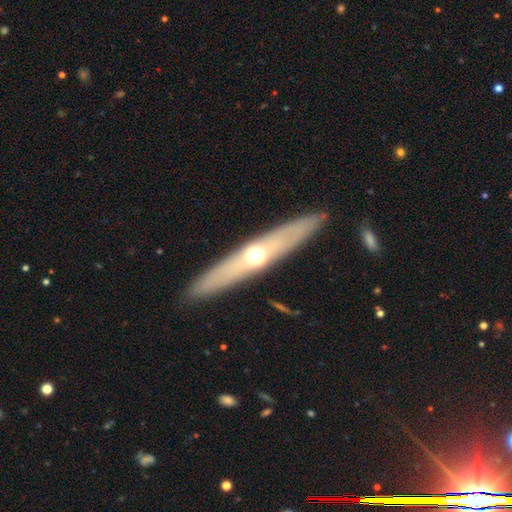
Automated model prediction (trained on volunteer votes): smooth-or-featured: featured or disk: 58% | smooth: 36% | star or artifact: 6%
  disk-edge-on: yes: 85% | no: 15%
  merging: none: 89% | minor disturbance: 8% | major disturbance: 2% | merger: 1%